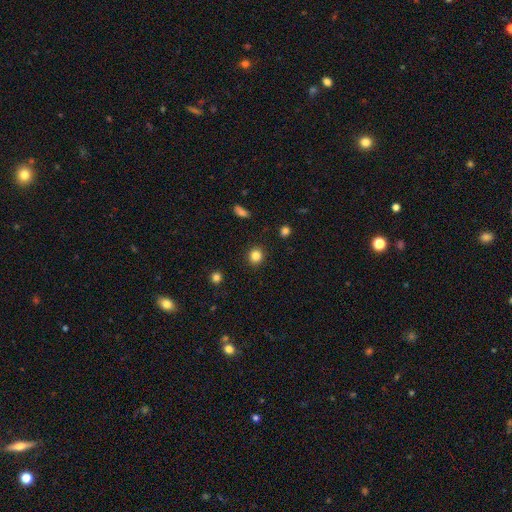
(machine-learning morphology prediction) Smooth or featured?
  - smooth: 84% *
  - star or artifact: 11%
  - featured or disk: 5%
How rounded?
  - round: 86% *
  - in between: 13%
  - cigar-shaped: 1%
Merging?
  - none: 91% *
  - minor disturbance: 6%
  - major disturbance: 2%
  - merger: 1%